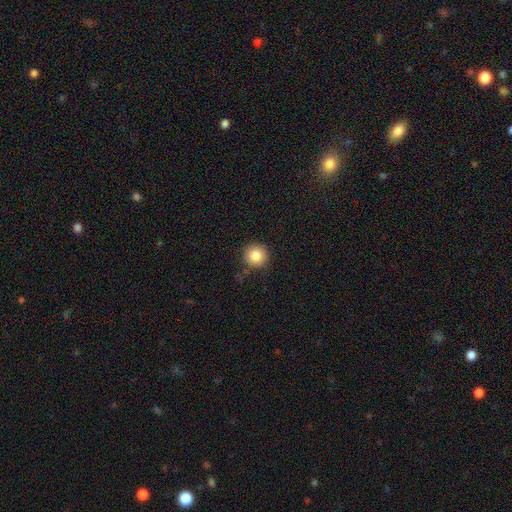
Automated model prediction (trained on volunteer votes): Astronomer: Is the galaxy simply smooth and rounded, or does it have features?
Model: smooth — 83%.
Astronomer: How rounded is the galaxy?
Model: round — 95%.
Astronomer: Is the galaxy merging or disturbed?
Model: none — 87%.